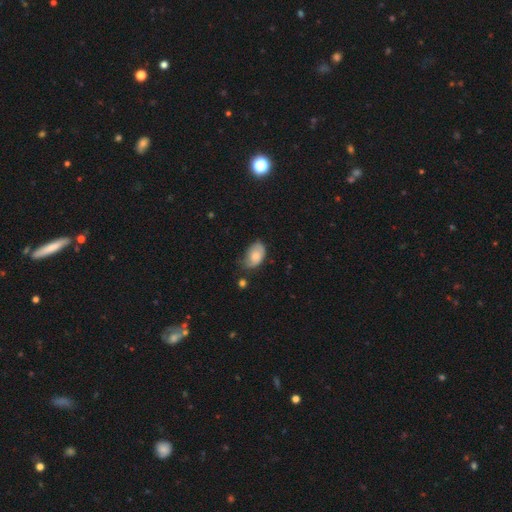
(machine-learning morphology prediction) A smooth galaxy with no disk features (71%) that is in between round and cigar-shaped (90%).

Vote fractions:
- Smooth or featured? smooth: 71% / featured or disk: 22% / star or artifact: 7%
- How rounded? in between: 90% / round: 9% / cigar-shaped: 1%
- Merging? none: 48% / minor disturbance: 38% / major disturbance: 11% / merger: 3%